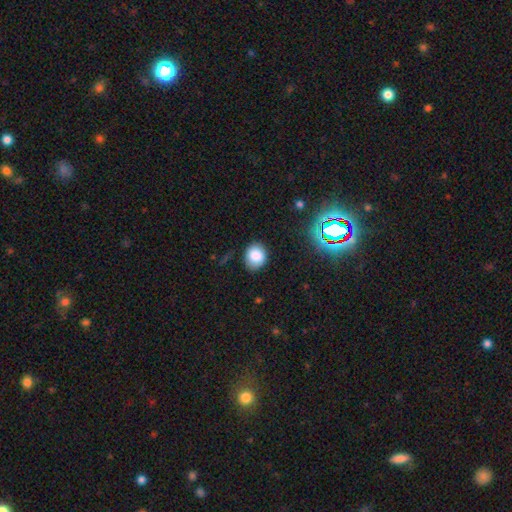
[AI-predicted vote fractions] A smooth galaxy with no disk features (83%) that is round (67%).

Vote fractions:
- Smooth or featured? smooth: 83% / star or artifact: 11% / featured or disk: 6%
- How rounded? round: 67% / in between: 32% / cigar-shaped: 1%
- Merging? none: 82% / minor disturbance: 13% / major disturbance: 3% / merger: 2%